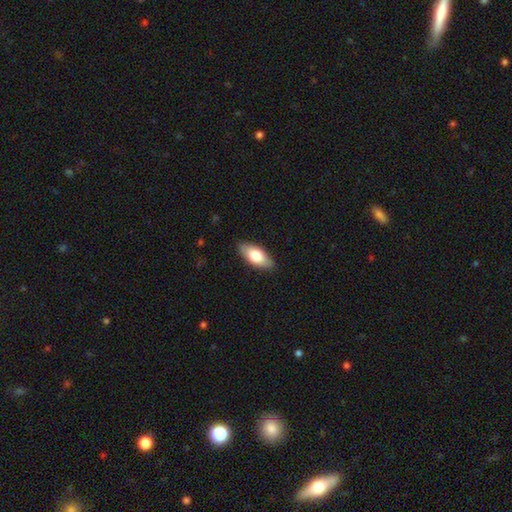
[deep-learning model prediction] Smooth or featured: smooth — 74% (featured or disk — 20%)
How rounded: in between — 85% (cigar-shaped — 13%)
Merging: none — 87% (minor disturbance — 10%)